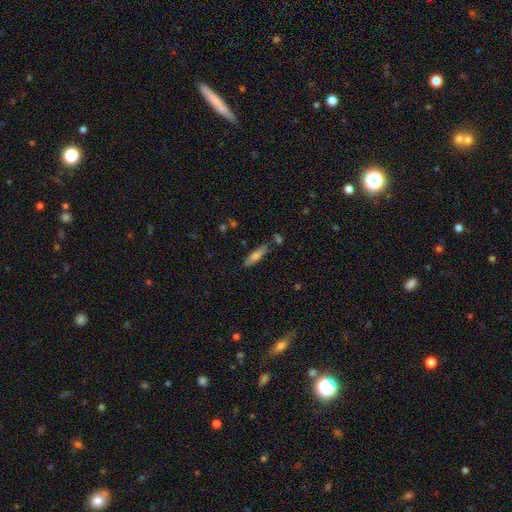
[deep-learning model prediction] Overall: smooth (67%). How rounded: cigar-shaped (63%; in between 35%). Merging: none (76%).